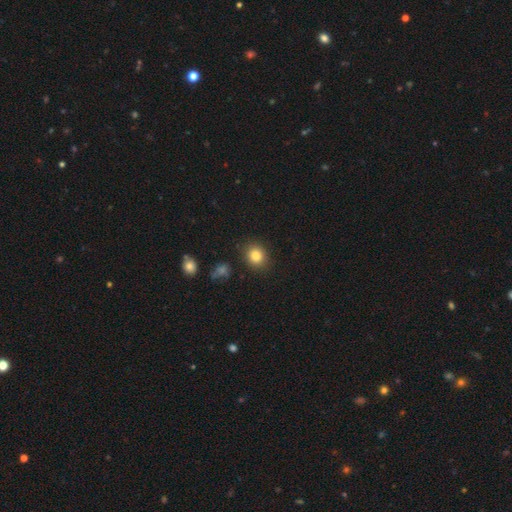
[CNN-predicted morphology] A smooth galaxy with no disk features (84%) that is round (75%). Merging: none (87%).